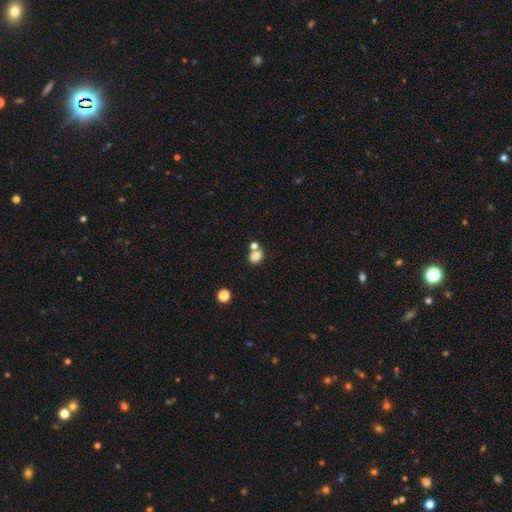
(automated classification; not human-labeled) The model was most divided on "how rounded": in between: 50%, round: 49%, cigar-shaped: 1%. Remaining: smooth or featured — smooth (81%); merging — none (49%).